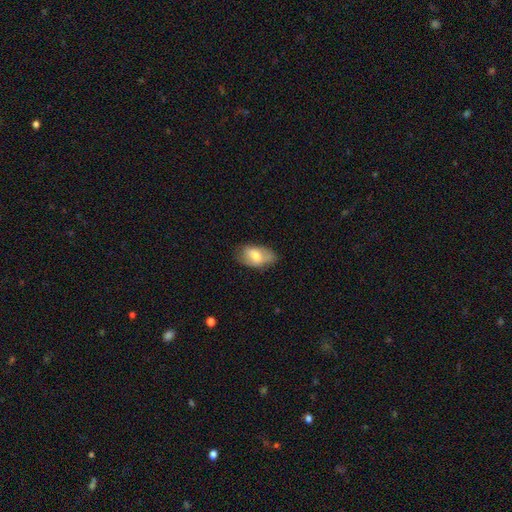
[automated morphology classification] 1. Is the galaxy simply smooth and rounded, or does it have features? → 66% smooth, 27% featured or disk, 7% star or artifact.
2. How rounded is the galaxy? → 92% in between, 6% round, 2% cigar-shaped.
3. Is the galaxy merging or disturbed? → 66% none, 26% minor disturbance, 6% major disturbance, 1% merger.